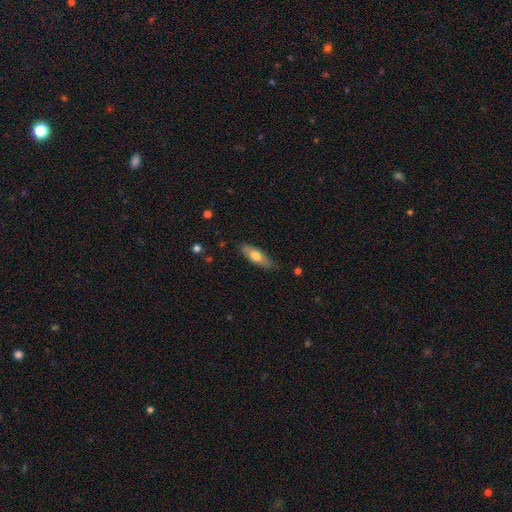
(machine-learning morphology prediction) A smooth galaxy with no disk features (68%) that is in between round and cigar-shaped (64%).

Vote fractions:
- Smooth or featured? smooth: 68% / featured or disk: 26% / star or artifact: 6%
- How rounded? in between: 64% / cigar-shaped: 34% / round: 2%
- Merging? none: 84% / minor disturbance: 13% / major disturbance: 2% / merger: 1%